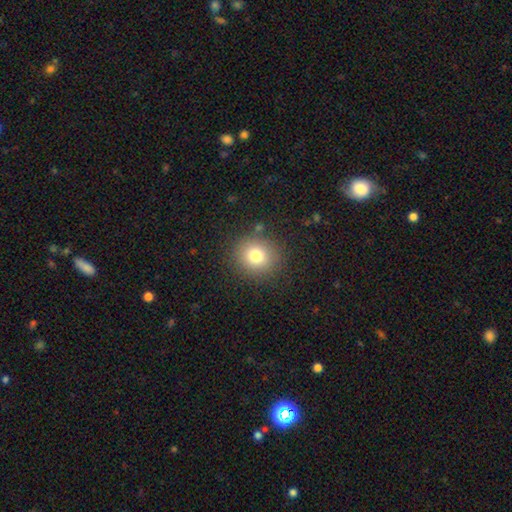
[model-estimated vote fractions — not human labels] Smooth or featured?
  - smooth: 77% *
  - star or artifact: 13%
  - featured or disk: 10%
How rounded?
  - round: 84% *
  - in between: 15%
  - cigar-shaped: 1%
Merging?
  - none: 86% *
  - minor disturbance: 9%
  - major disturbance: 3%
  - merger: 2%